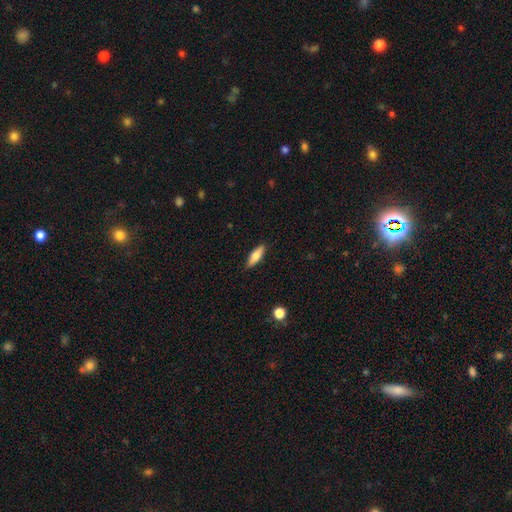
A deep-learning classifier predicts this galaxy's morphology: Smooth or featured? Predicted: smooth (p=0.67). How rounded? Predicted: in between (p=0.51). Merging? Predicted: none (p=0.87).